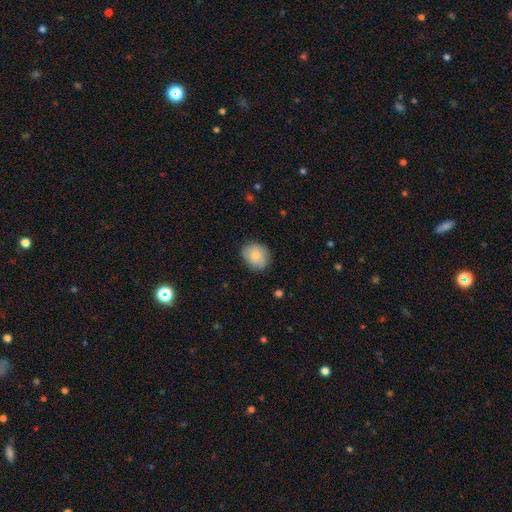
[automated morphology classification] This is likely a smooth galaxy (79%). How rounded: possibly round (55%). Merging: clearly none (82%).